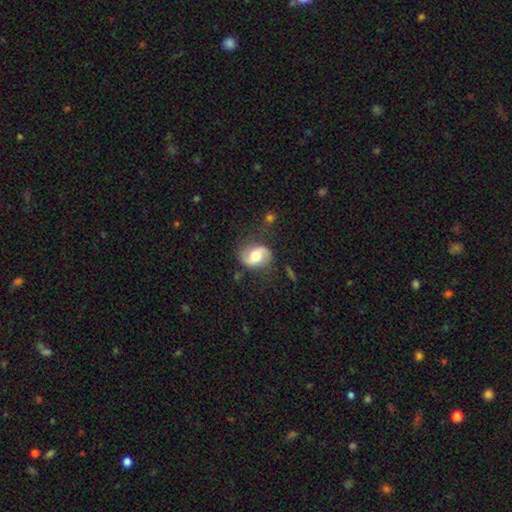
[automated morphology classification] This is likely a featured or disk galaxy (63%). It is clearly not viewed edge-on (97%). Bar: possibly no (46%). Spiral arm pattern: clearly yes (88%). Spiral arm count: clearly 2 (90%). Spiral winding: possibly loose (56%). Central bulge: likely moderate (60%). Merging: likely none (70%).